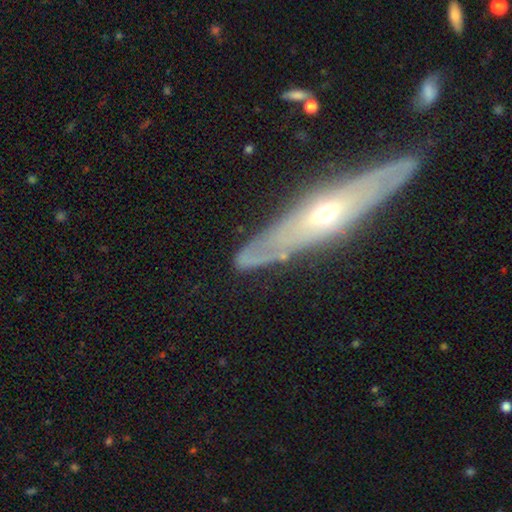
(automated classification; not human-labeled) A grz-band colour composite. It shows a featured or disk galaxy (53%) viewed edge-on (53%). Merging: none (65%).